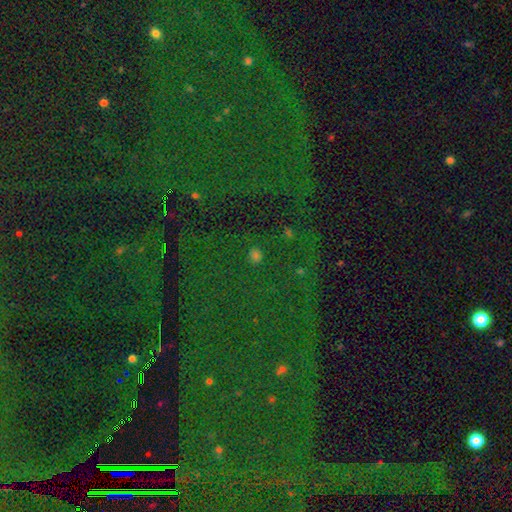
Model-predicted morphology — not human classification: Smooth or featured: star or artifact — 49% (smooth — 44%)